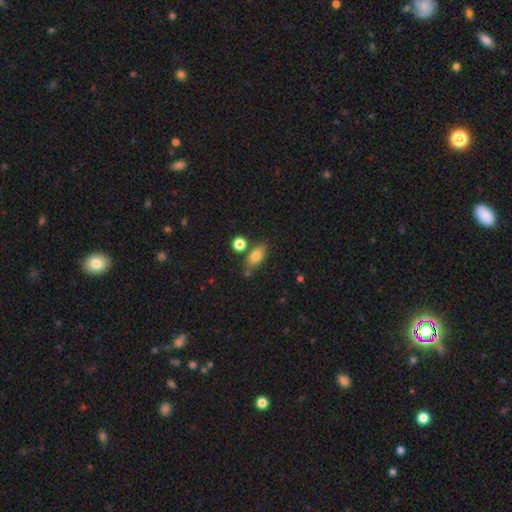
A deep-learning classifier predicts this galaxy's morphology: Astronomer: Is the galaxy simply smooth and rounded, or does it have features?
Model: smooth — 80%.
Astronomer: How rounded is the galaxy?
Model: in between — 81%.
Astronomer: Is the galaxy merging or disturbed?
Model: none — 70%.